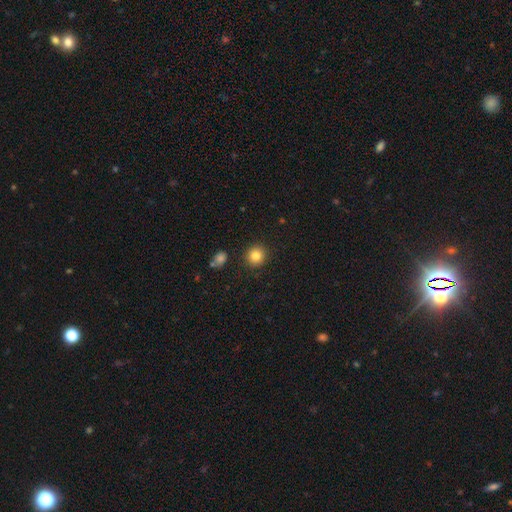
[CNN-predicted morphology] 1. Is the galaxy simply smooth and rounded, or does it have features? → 84% smooth, 10% star or artifact, 6% featured or disk.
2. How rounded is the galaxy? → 90% round, 9% in between, 1% cigar-shaped.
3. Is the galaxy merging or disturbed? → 90% none, 6% minor disturbance, 2% major disturbance, 2% merger.